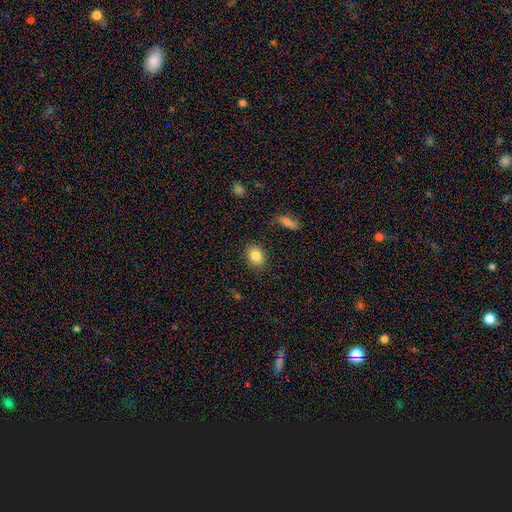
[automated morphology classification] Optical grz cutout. It shows a smooth galaxy with no disk features (84%) that is in between round and cigar-shaped (56%). Merging: none (87%).